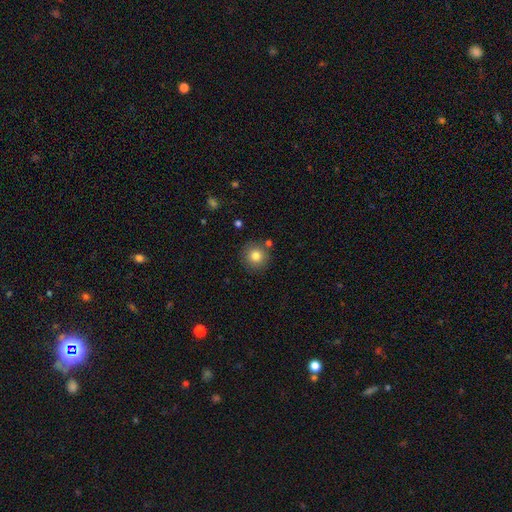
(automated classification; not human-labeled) A smooth galaxy with no disk features (81%) that is round (95%). Merging: none (85%).